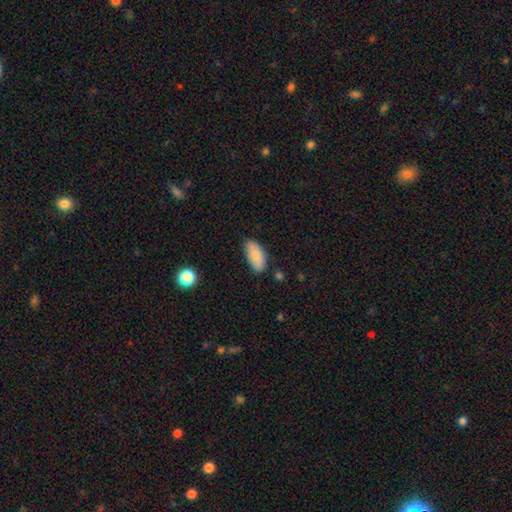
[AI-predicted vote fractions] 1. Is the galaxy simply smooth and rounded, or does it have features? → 85% smooth, 9% featured or disk, 7% star or artifact.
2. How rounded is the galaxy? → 92% in between, 6% cigar-shaped, 2% round.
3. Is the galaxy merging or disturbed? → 78% none, 17% minor disturbance, 3% major disturbance, 2% merger.